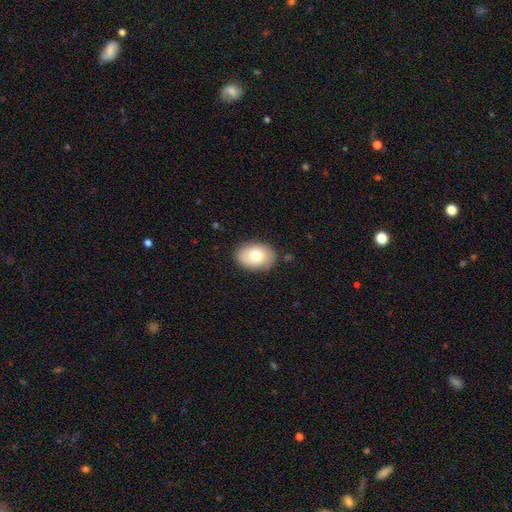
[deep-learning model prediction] smooth-or-featured: smooth: 73% | featured or disk: 19% | star or artifact: 7%
  how-rounded: in between: 80% | round: 19% | cigar-shaped: 1%
  merging: none: 84% | minor disturbance: 12% | major disturbance: 3% | merger: 1%